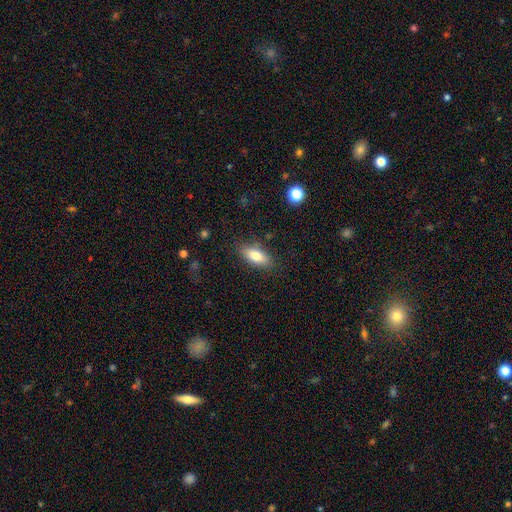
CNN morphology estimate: smooth-or-featured: smooth: 77% | featured or disk: 16% | star or artifact: 7%
  how-rounded: in between: 80% | cigar-shaped: 17% | round: 3%
  merging: none: 84% | minor disturbance: 12% | major disturbance: 3% | merger: 2%